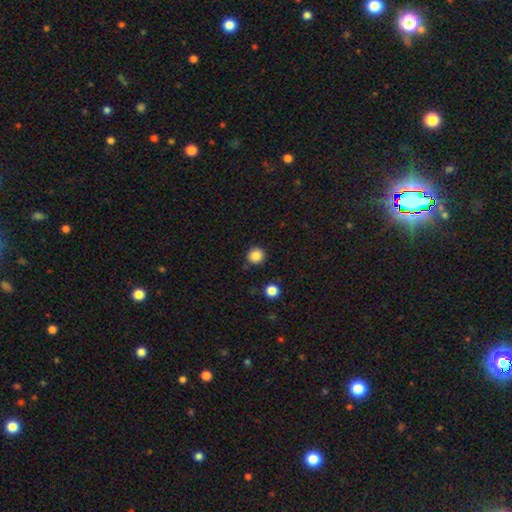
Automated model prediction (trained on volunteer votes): Smooth or featured? Predicted: smooth (p=0.85). How rounded? Predicted: round (p=0.93). Merging? Predicted: none (p=0.88).